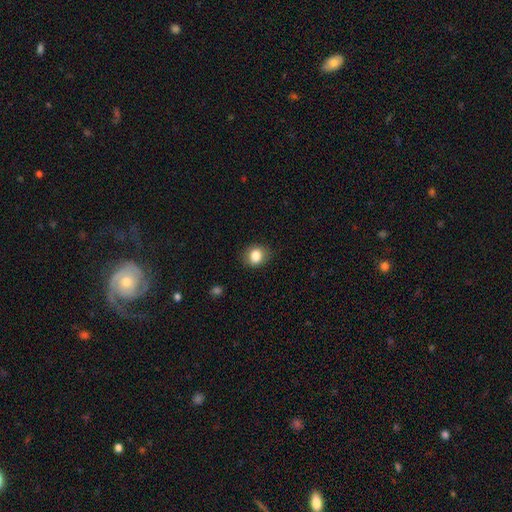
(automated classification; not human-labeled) Overall: smooth (84%). How rounded: round (64%; in between 35%). Merging: none (83%).